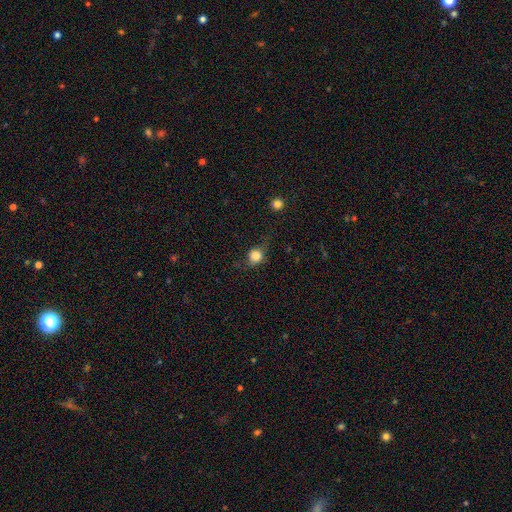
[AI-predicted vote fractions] Smooth or featured: smooth — 76% (featured or disk — 13%)
How rounded: round — 81% (in between — 17%)
Merging: none — 60% (minor disturbance — 26%)